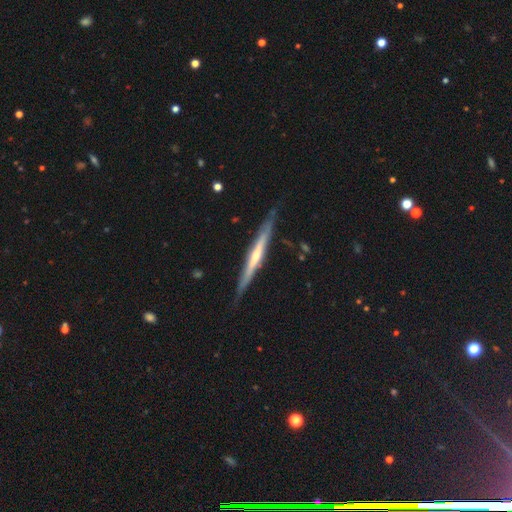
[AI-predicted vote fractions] A featured or disk galaxy (76%) viewed edge-on (97%) with a rounded central bulge (66%).

Vote fractions:
- Smooth or featured? featured or disk: 76% / smooth: 19% / star or artifact: 5%
- Edge-on disk? yes: 97% / no: 3%
- Edge-on bulge? rounded: 66% / none: 27% / boxy: 7%
- Merging? none: 86% / minor disturbance: 11% / major disturbance: 2% / merger: 1%